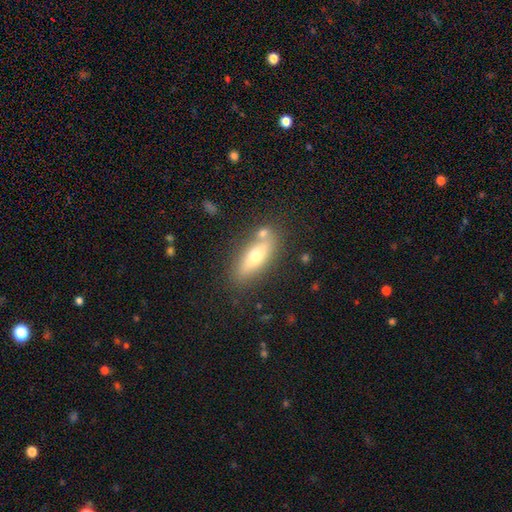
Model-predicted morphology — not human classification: Smooth or featured? Predicted: smooth (p=0.57). How rounded? Predicted: in between (p=0.55). Merging? Predicted: none (p=0.74).